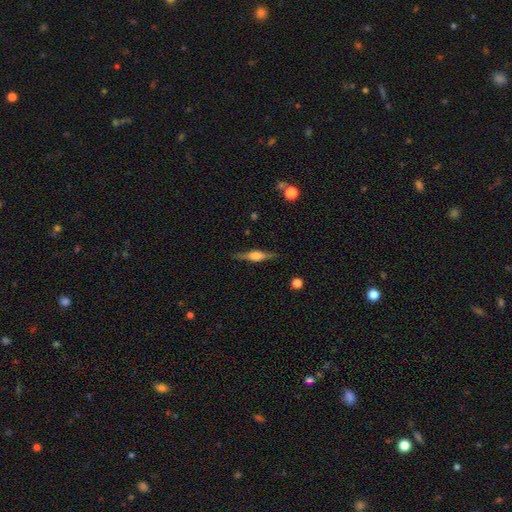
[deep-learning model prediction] This appears to be a featured or disk galaxy (73%) viewed edge-on (97%) with a rounded central bulge (80%). Merging: none (88%).